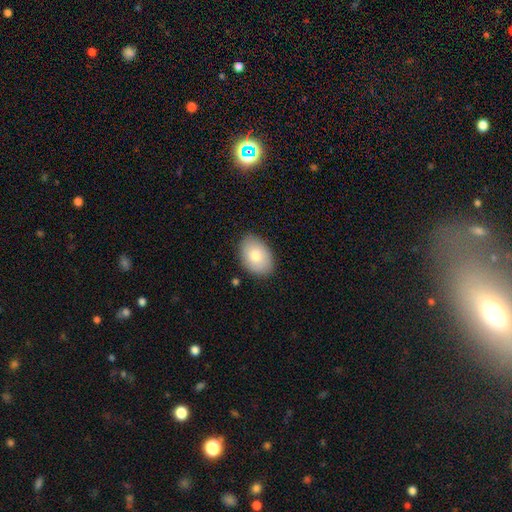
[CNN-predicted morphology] type=smooth (78%); roundness=in between (86%); merging=none (86%).